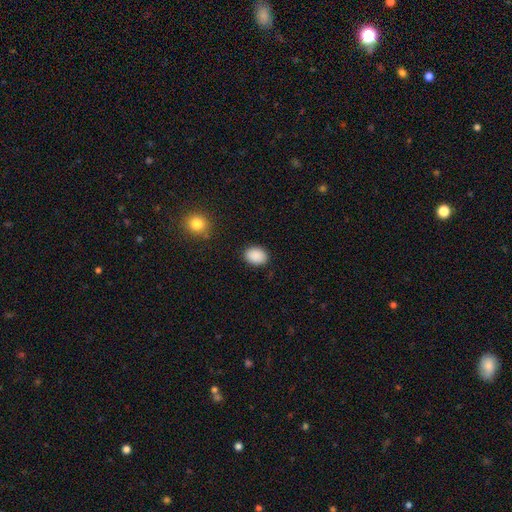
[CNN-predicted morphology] Smooth or featured? smooth (89%)
How rounded? in between (69%)
Merging? none (88%)